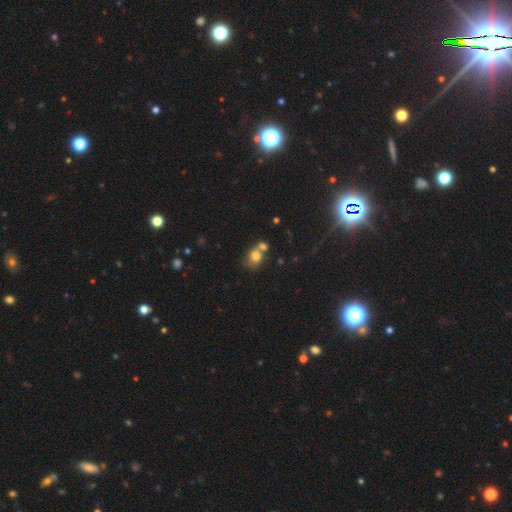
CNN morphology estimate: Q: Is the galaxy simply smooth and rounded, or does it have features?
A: smooth — 76%.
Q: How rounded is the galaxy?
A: round — 60%.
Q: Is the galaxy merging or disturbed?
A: merger — 48%.